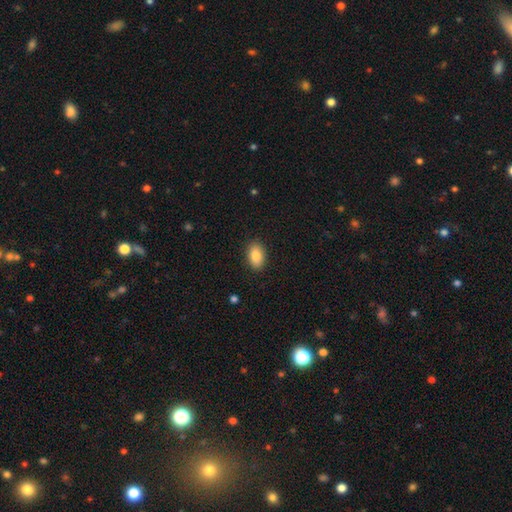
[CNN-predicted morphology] Overall: smooth (87%). How rounded: in between (91%). Merging: none (89%).